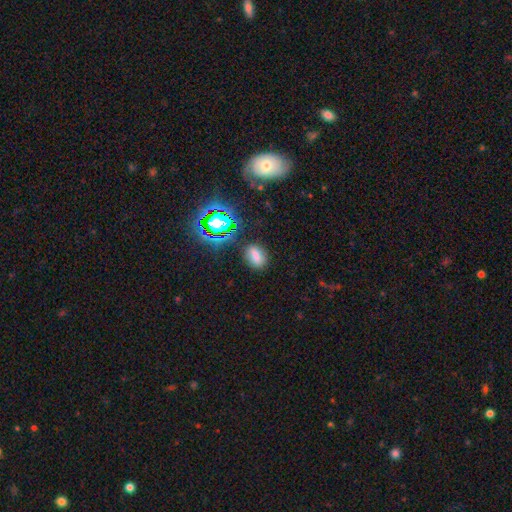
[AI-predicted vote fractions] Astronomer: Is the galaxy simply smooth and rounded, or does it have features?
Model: smooth — 69%.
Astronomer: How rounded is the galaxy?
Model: in between — 76%.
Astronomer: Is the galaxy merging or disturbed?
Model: none — 82%.